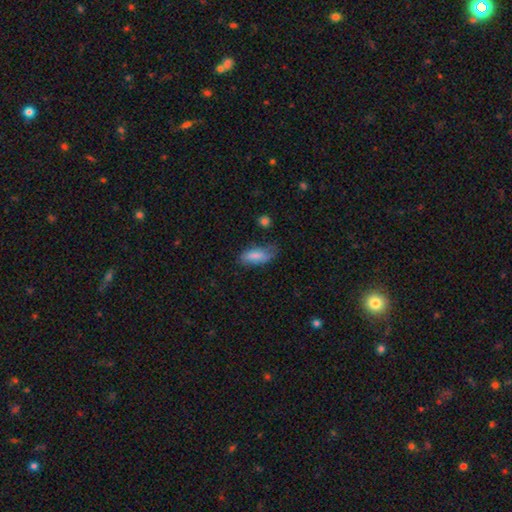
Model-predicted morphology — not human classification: Smooth or featured? smooth (81%)
How rounded? in between (81%)
Merging? none (51%)